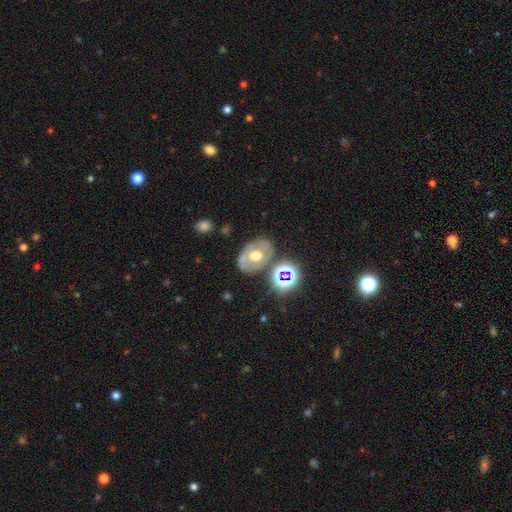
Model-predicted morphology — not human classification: Smooth or featured? Predicted: featured or disk (p=0.53). Edge-on disk? Predicted: no (p=0.92). Merging? Predicted: none (p=0.70).